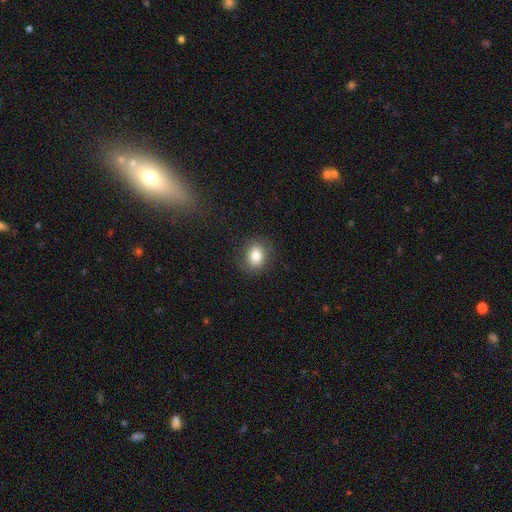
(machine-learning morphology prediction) smooth-or-featured: smooth: 82% | star or artifact: 10% | featured or disk: 8%
  how-rounded: round: 50% | in between: 49% | cigar-shaped: 1%
  merging: none: 85% | minor disturbance: 10% | major disturbance: 4% | merger: 1%